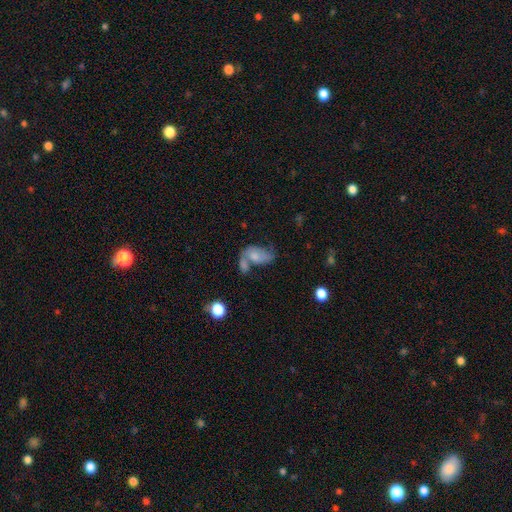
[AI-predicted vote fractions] A smooth galaxy with no disk features (53%) that is in between round and cigar-shaped (88%). Merging: merger (49%).